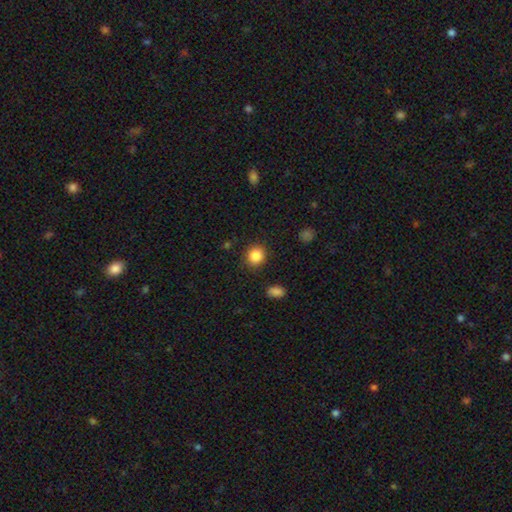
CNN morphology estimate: type=smooth (85%); roundness=round (84%); merging=none (88%).